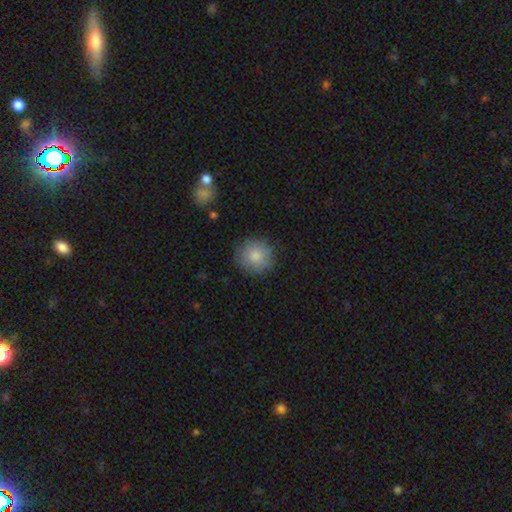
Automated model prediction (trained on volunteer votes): smooth_or_featured: smooth (p=0.81) [alt: featured or disk p=0.11]
how_rounded: round (p=0.93) [alt: in between p=0.06]
merging: none (p=0.83) [alt: minor disturbance p=0.13]